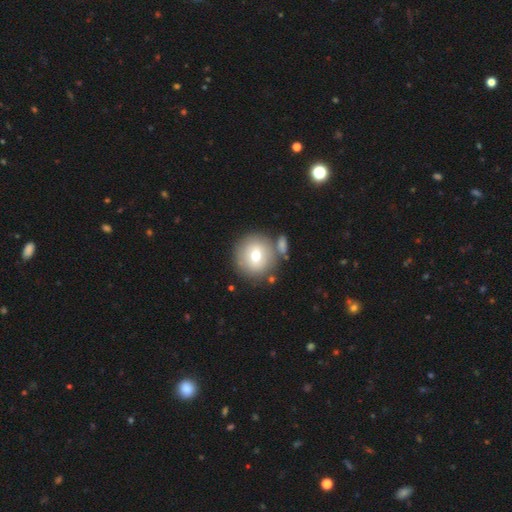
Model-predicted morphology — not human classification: smooth-or-featured: smooth: 67% | featured or disk: 24% | star or artifact: 9%
  how-rounded: round: 92% | in between: 7% | cigar-shaped: 1%
  merging: none: 73% | merger: 13% | minor disturbance: 10% | major disturbance: 4%